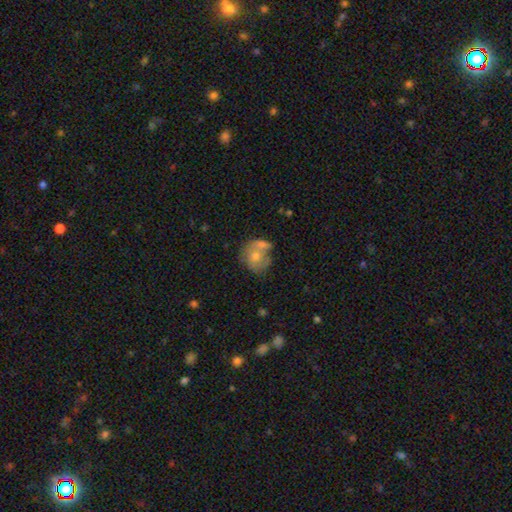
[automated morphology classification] smooth-or-featured: smooth: 55% | featured or disk: 35% | star or artifact: 10%
  how-rounded: round: 74% | in between: 25% | cigar-shaped: 1%
  merging: none: 44% | merger: 32% | minor disturbance: 17% | major disturbance: 7%